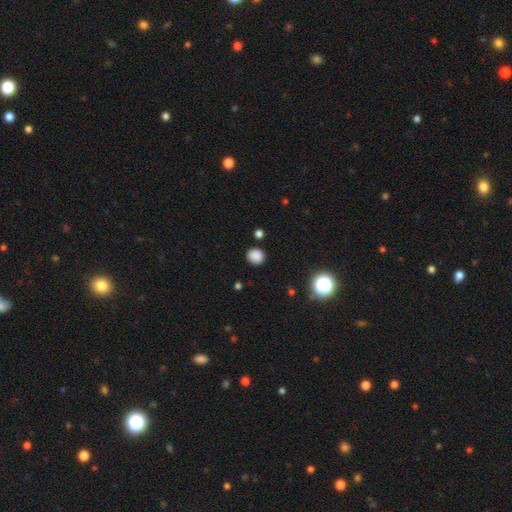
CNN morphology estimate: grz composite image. It shows a smooth galaxy with no disk features (84%) that is round (86%). Merging: none (87%).